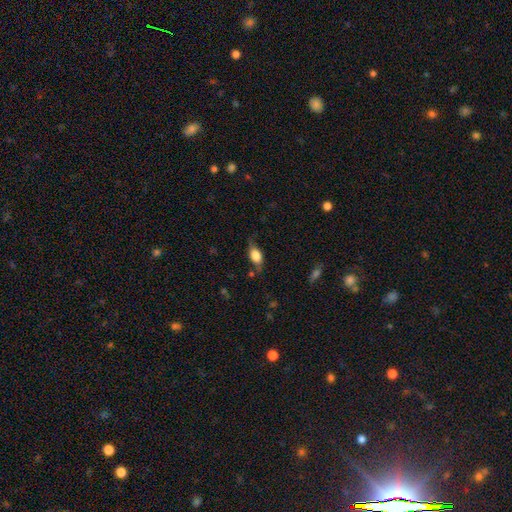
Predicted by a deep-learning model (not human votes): Overall: smooth (72%). How rounded: in between (84%). Merging: none (60%; minor disturbance 28%).